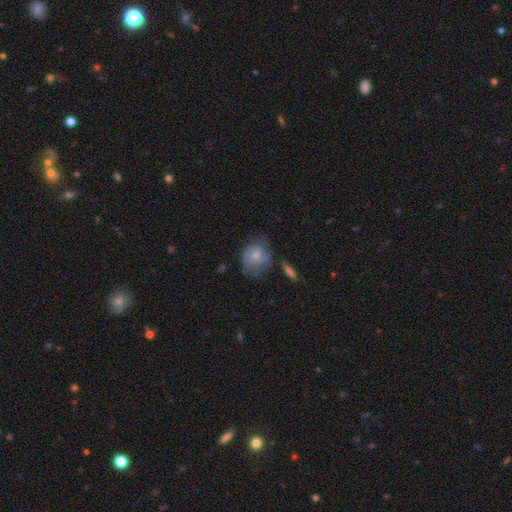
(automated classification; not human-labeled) A smooth galaxy with no disk features (59%) that is round (66%). Merging: none (49%).